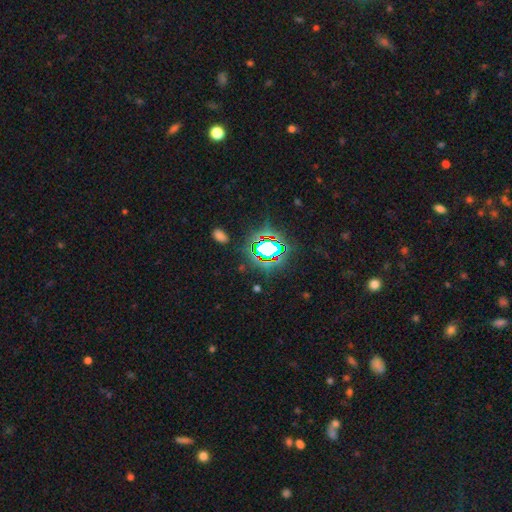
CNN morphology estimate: Q: Smooth or featured?
A: star or artifact (80%); runner-up: smooth (12%)